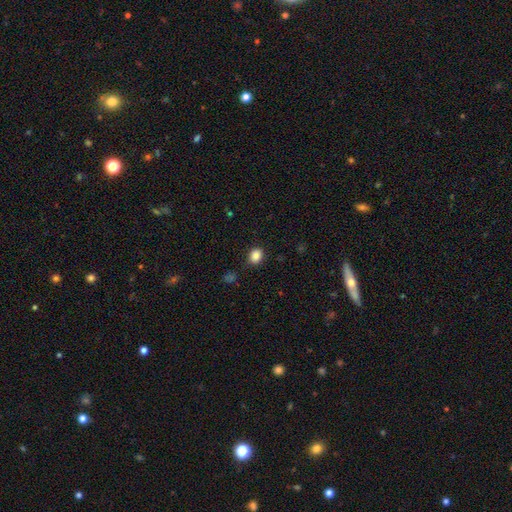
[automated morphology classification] A smooth galaxy with no disk features (87%) that is in between round and cigar-shaped (52%).

Vote fractions:
- Smooth or featured? smooth: 87% / star or artifact: 10% / featured or disk: 3%
- How rounded? in between: 52% / round: 47% / cigar-shaped: 1%
- Merging? none: 85% / minor disturbance: 11% / major disturbance: 3% / merger: 2%